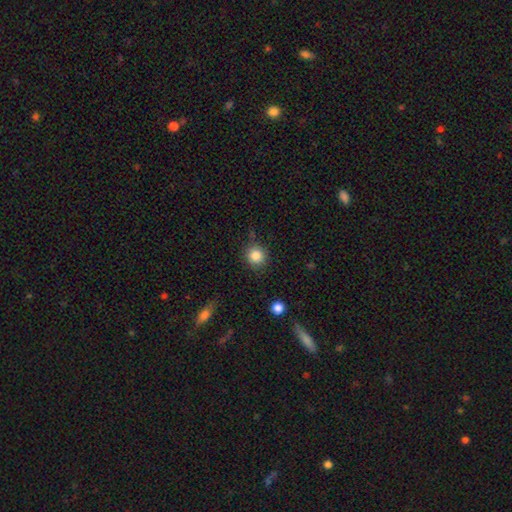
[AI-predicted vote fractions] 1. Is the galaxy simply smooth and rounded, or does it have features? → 85% smooth, 10% star or artifact, 5% featured or disk.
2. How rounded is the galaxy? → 91% round, 8% in between, 1% cigar-shaped.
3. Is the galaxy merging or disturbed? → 84% none, 10% minor disturbance, 3% major disturbance, 3% merger.